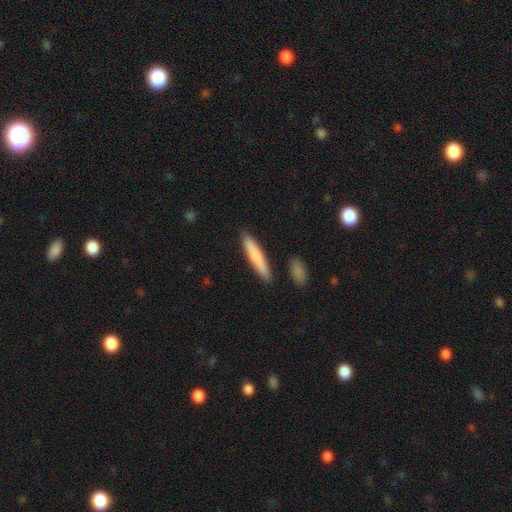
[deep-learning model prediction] A smooth galaxy with no disk features (78%) that is cigar-shaped (91%).

Vote fractions:
- Smooth or featured? smooth: 78% / featured or disk: 16% / star or artifact: 5%
- How rounded? cigar-shaped: 91% / in between: 8% / round: 1%
- Merging? none: 89% / minor disturbance: 7% / merger: 2% / major disturbance: 2%